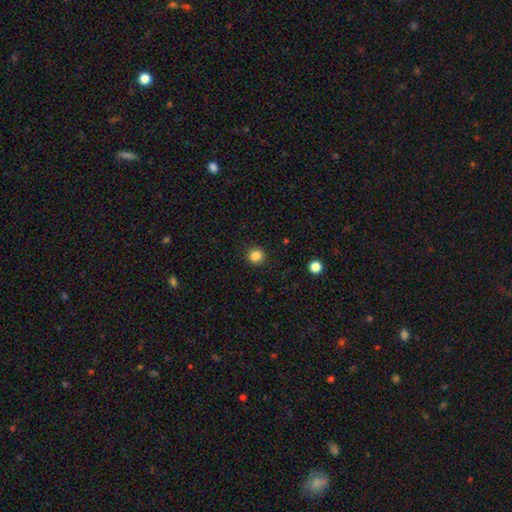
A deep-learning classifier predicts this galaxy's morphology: Smooth or featured? Predicted: smooth (p=0.85). How rounded? Predicted: round (p=0.95). Merging? Predicted: none (p=0.92).